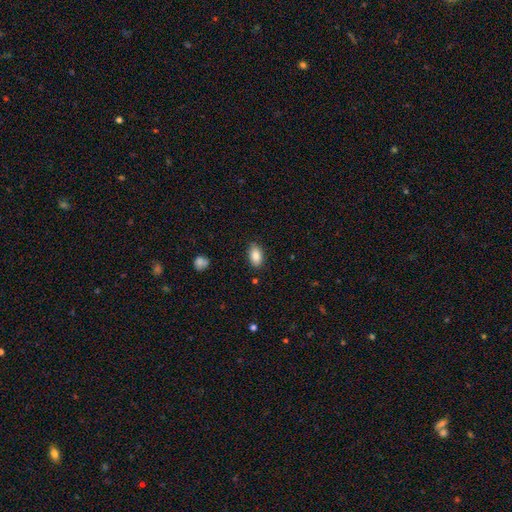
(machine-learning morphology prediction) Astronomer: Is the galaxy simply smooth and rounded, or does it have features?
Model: smooth — 85%.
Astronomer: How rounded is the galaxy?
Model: in between — 91%.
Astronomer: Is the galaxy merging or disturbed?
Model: none — 82%.